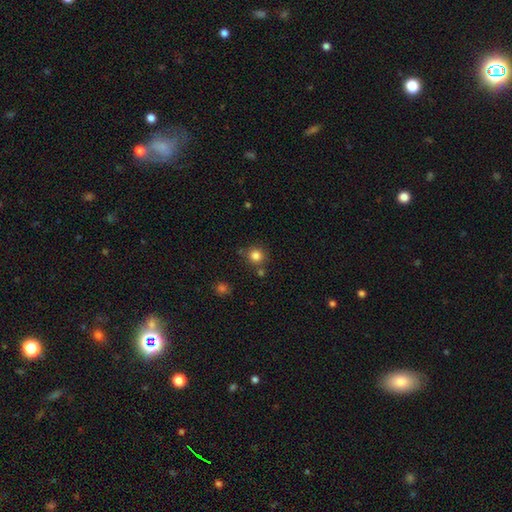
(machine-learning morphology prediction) This is clearly a smooth galaxy (83%). How rounded: clearly round (91%). Merging: likely none (76%).